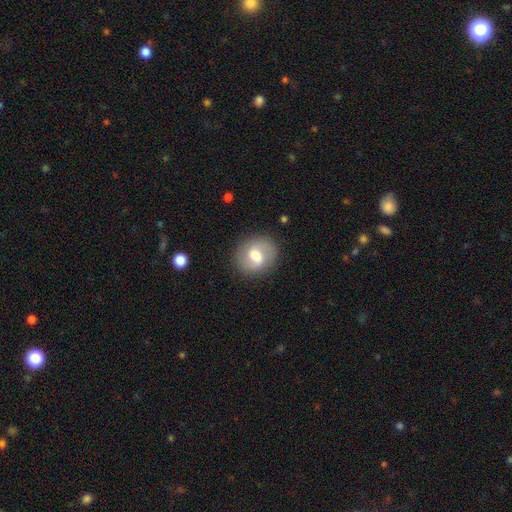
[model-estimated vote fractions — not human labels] A smooth galaxy with no disk features (47%). Merging: none (83%).